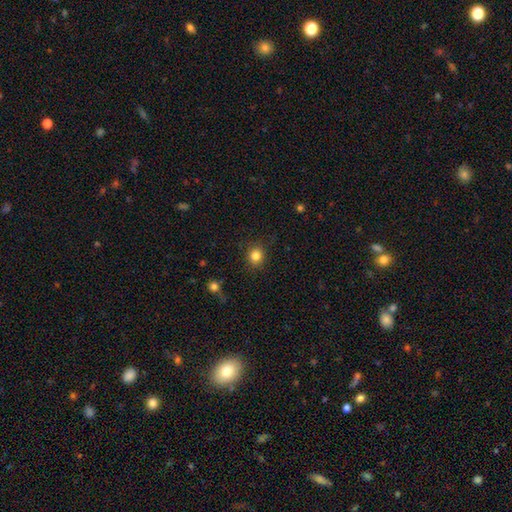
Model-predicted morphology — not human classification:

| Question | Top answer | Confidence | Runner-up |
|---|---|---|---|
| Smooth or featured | smooth | 83% | star or artifact (12%) |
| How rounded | round | 84% | in between (15%) |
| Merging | none | 88% | minor disturbance (8%) |